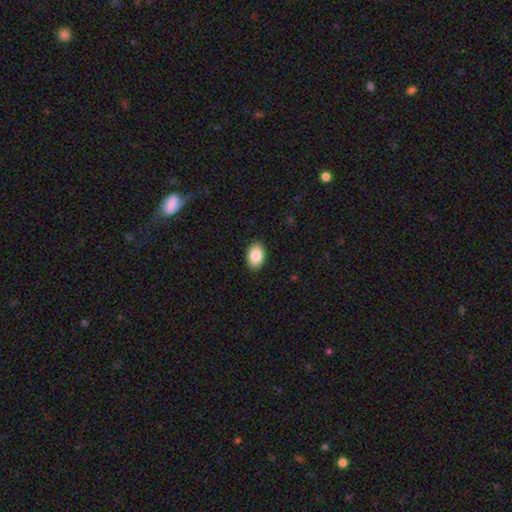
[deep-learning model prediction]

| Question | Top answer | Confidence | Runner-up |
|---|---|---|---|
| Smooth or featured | smooth | 87% | star or artifact (7%) |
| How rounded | in between | 90% | round (9%) |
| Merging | none | 90% | minor disturbance (8%) |